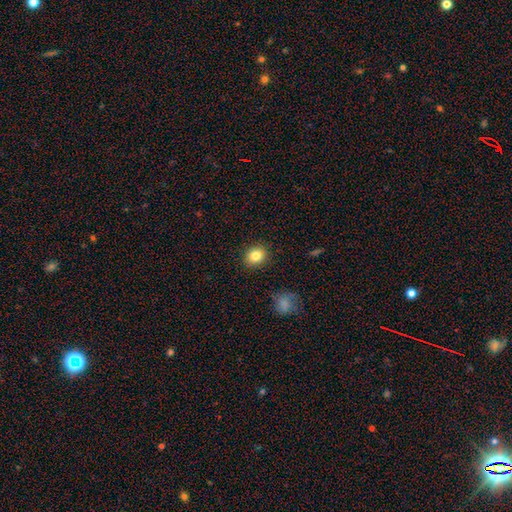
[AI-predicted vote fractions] A smooth galaxy with no disk features (83%) that is round (58%). Merging: none (89%).